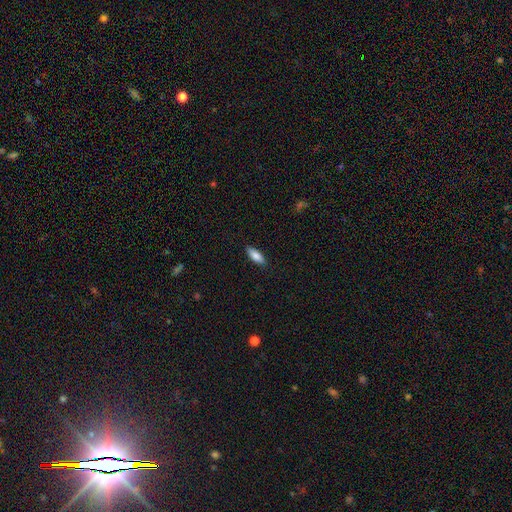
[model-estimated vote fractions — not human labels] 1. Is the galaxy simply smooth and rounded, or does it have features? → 82% smooth, 12% featured or disk, 6% star or artifact.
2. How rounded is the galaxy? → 66% in between, 32% cigar-shaped, 2% round.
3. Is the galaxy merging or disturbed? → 88% none, 9% minor disturbance, 2% major disturbance, 1% merger.